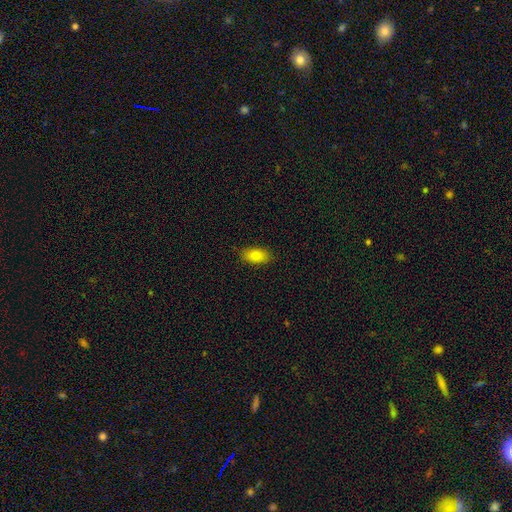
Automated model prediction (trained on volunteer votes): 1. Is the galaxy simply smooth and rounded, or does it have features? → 83% smooth, 9% featured or disk, 8% star or artifact.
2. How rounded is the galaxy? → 91% in between, 5% cigar-shaped, 4% round.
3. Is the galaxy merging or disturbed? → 87% none, 10% minor disturbance, 2% major disturbance, 1% merger.